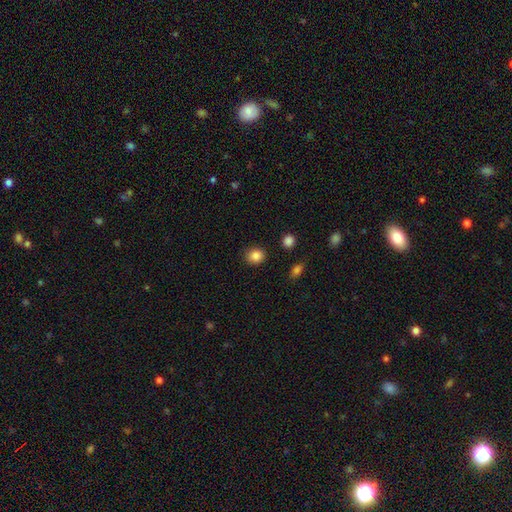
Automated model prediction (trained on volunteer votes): Morphology: type=smooth (86%); roundness=round (73%); merging=none (87%).